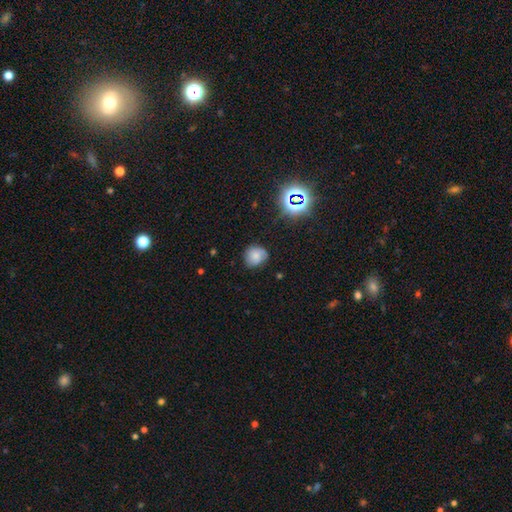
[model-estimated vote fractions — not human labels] Smooth or featured?
  - smooth: 70% *
  - featured or disk: 16%
  - star or artifact: 15%
How rounded?
  - round: 78% *
  - in between: 21%
  - cigar-shaped: 1%
Merging?
  - none: 70% *
  - minor disturbance: 23%
  - major disturbance: 5%
  - merger: 2%